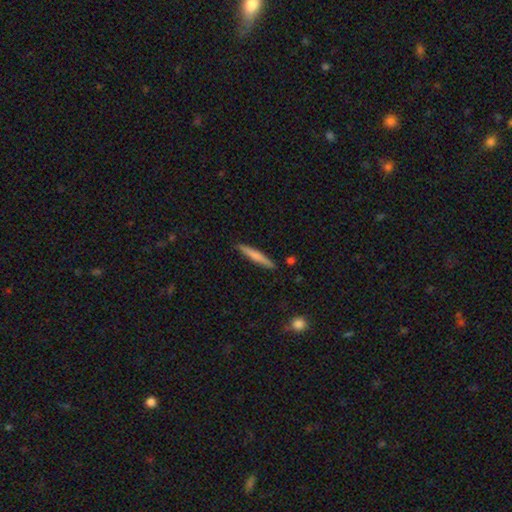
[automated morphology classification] Smooth or featured? Predicted: smooth (p=0.65). How rounded? Predicted: cigar-shaped (p=0.95). Merging? Predicted: none (p=0.88).